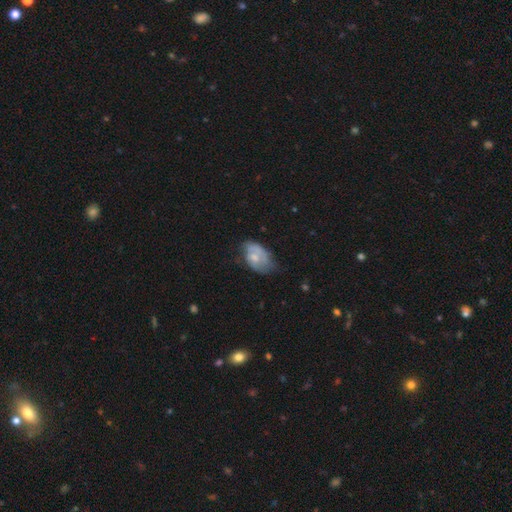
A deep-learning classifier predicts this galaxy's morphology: featured or disk 48%, smooth 44%, star or artifact 7%. Down the decision tree: merging — none (44%).